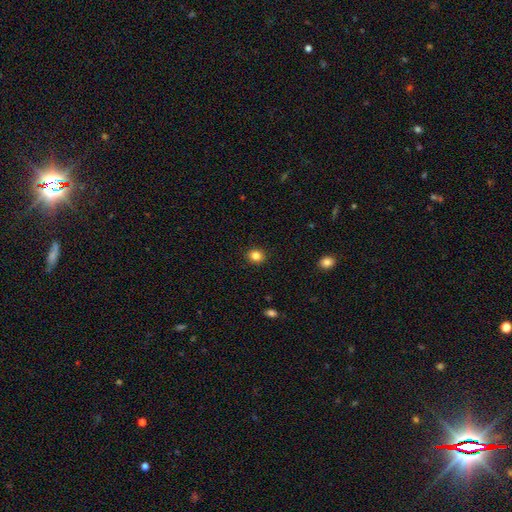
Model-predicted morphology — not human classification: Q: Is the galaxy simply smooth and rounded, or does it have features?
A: smooth — 84%.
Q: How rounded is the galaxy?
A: round — 80%.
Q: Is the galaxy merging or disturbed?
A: none — 91%.